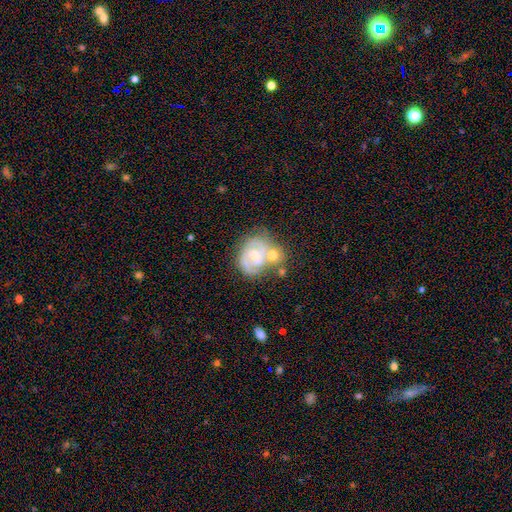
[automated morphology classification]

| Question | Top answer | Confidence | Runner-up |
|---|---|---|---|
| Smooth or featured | featured or disk | 83% | smooth (11%) |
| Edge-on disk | no | 98% | yes (2%) |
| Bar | no | 56% | weak (36%) |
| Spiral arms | yes | 94% | no (6%) |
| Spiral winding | tight | 48% | medium (43%) |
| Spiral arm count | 2 | 74% | 3 (10%) |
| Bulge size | small | 52% | moderate (42%) |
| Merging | none | 44% | merger (31%) |